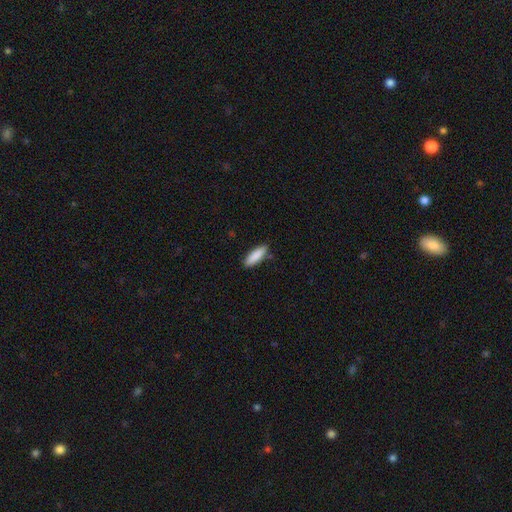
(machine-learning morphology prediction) Q: Smooth or featured?
A: smooth (88%); runner-up: featured or disk (7%)
Q: How rounded?
A: cigar-shaped (51%); runner-up: in between (47%)
Q: Merging?
A: none (84%); runner-up: minor disturbance (11%)